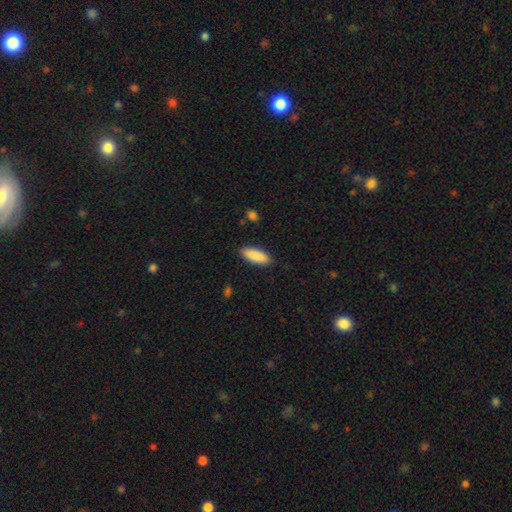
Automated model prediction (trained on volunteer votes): This appears to be a smooth galaxy with no disk features (90%) that is in between round and cigar-shaped (69%). Merging: none (88%).